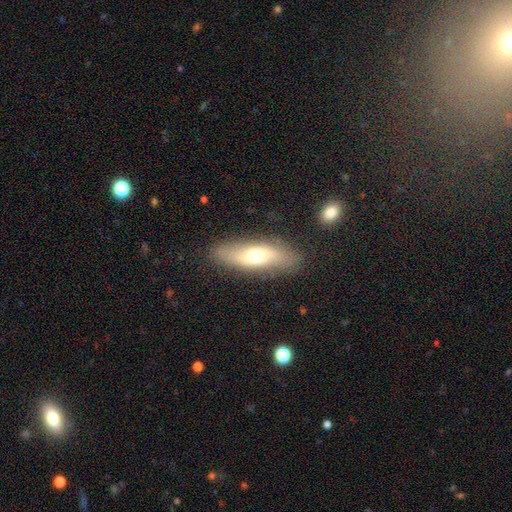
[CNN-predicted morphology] Overall: smooth (54%; featured or disk 39%). How rounded: cigar-shaped (51%; in between 47%). Merging: none (82%).